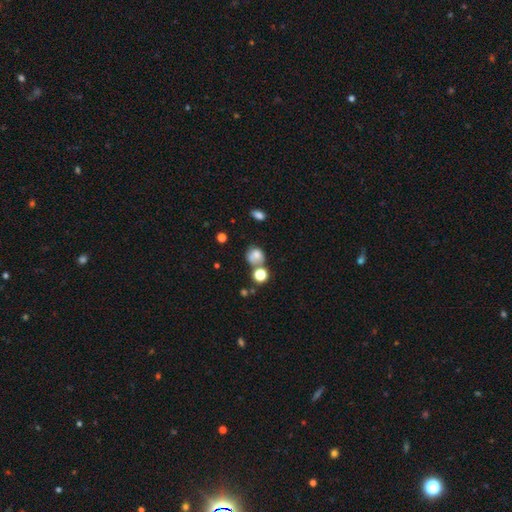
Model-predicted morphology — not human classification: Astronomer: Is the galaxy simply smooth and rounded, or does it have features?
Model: smooth — 73%.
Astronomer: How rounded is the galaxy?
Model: round — 71%.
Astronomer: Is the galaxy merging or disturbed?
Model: none — 40% (runner-up: merger, 32%).